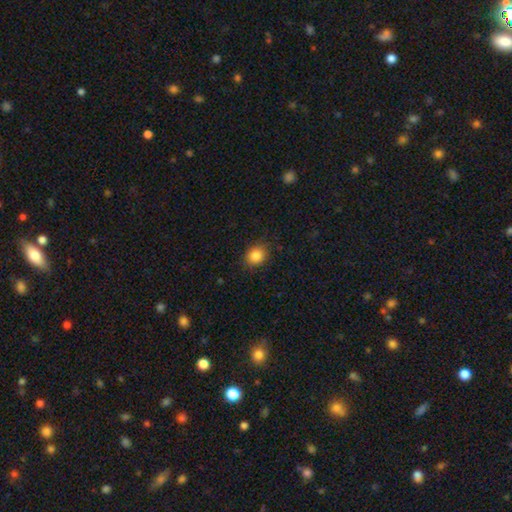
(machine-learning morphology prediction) smooth-or-featured: smooth: 86% | star or artifact: 10% | featured or disk: 4%
  how-rounded: round: 69% | in between: 30% | cigar-shaped: 1%
  merging: none: 85% | minor disturbance: 12% | major disturbance: 3% | merger: 1%